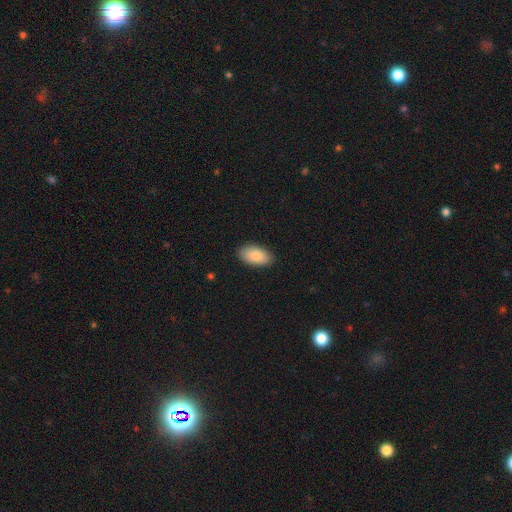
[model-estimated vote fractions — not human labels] Smooth or featured?
  - smooth: 85% *
  - featured or disk: 9%
  - star or artifact: 6%
How rounded?
  - in between: 95% *
  - round: 3%
  - cigar-shaped: 2%
Merging?
  - none: 88% *
  - minor disturbance: 9%
  - major disturbance: 2%
  - merger: 1%